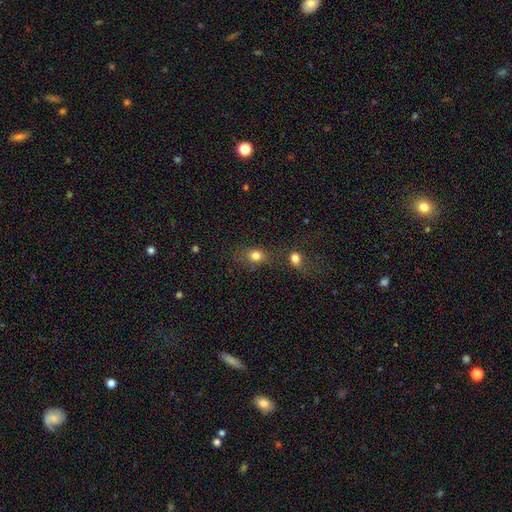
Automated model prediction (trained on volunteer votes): This is likely a smooth galaxy (78%). How rounded: possibly in between (49%, tied with round). Merging: possibly none (58%).